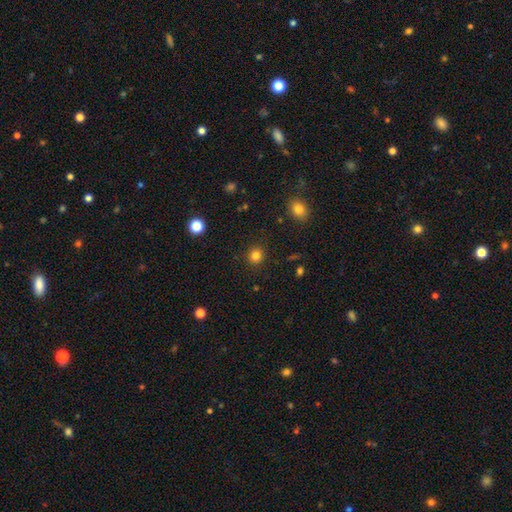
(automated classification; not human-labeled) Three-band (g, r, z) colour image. It shows a smooth galaxy with no disk features (82%) that is round (89%). Merging: none (90%).